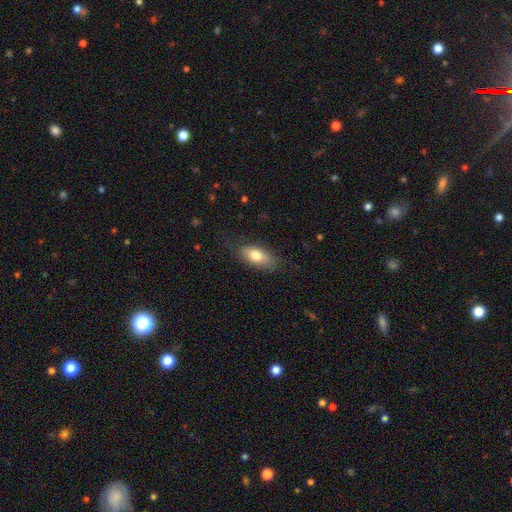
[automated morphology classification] This appears to be a smooth galaxy with no disk features (75%) that is in between round and cigar-shaped (84%). Merging: none (76%).